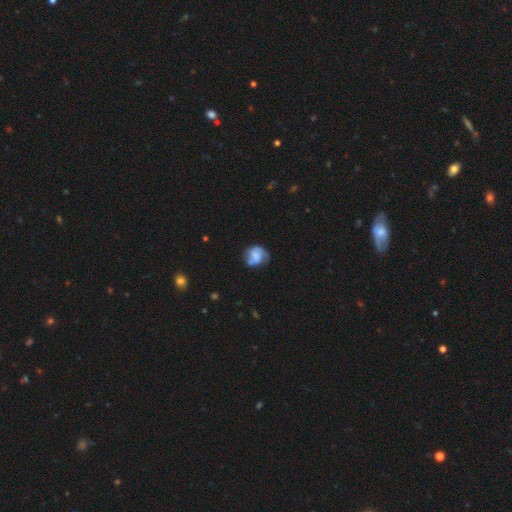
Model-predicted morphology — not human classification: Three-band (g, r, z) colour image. It shows a featured or disk galaxy (55%) with no bar (45%), spiral arms (85%) and no central bulge (41%). Merging: none (61%).